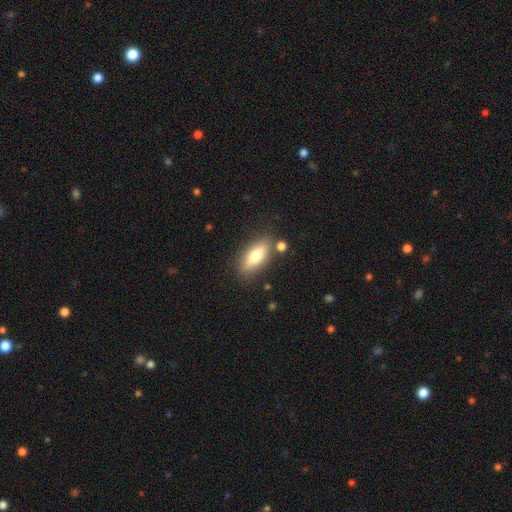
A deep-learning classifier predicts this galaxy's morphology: Smooth or featured: smooth — 70% (featured or disk — 23%)
How rounded: in between — 71% (cigar-shaped — 26%)
Merging: none — 78% (minor disturbance — 12%)